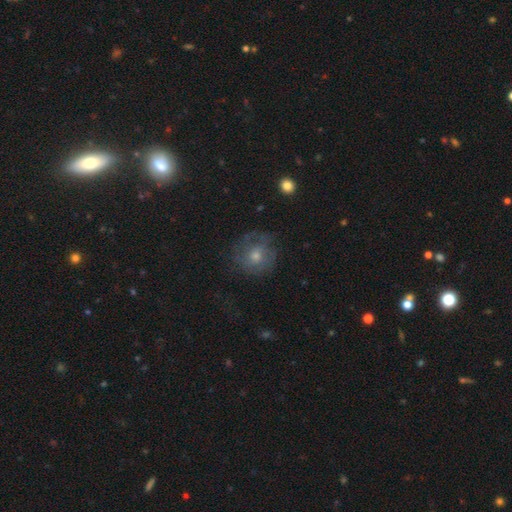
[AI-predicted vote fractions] Smooth or featured? featured or disk (44%)
Merging? none (68%)